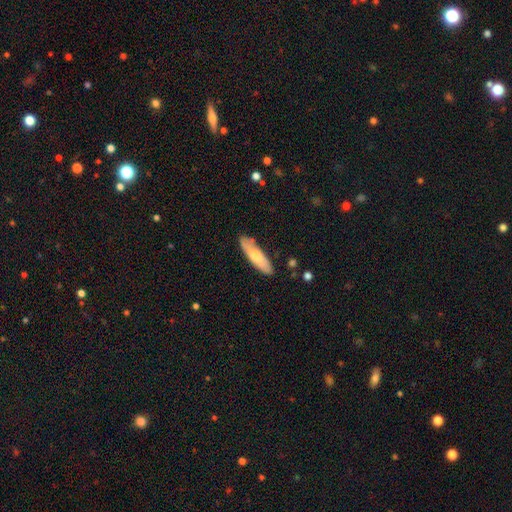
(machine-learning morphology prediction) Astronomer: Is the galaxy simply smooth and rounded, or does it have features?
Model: smooth — 58% (runner-up: featured or disk, 37%).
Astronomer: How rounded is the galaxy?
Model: cigar-shaped — 58% (runner-up: in between, 40%).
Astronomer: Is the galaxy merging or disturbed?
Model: none — 85%.